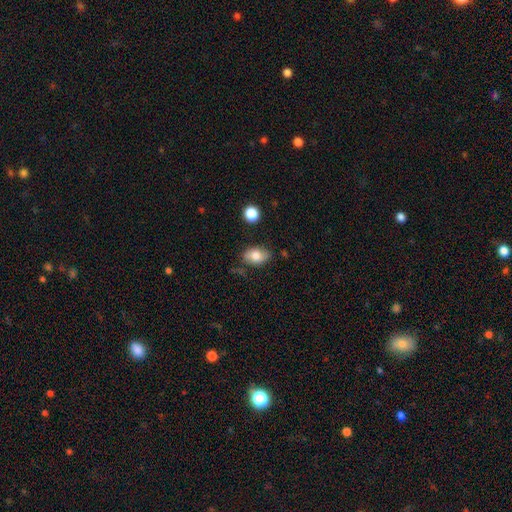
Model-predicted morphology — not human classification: type=smooth (78%); roundness=in between (85%); merging=none (76%).